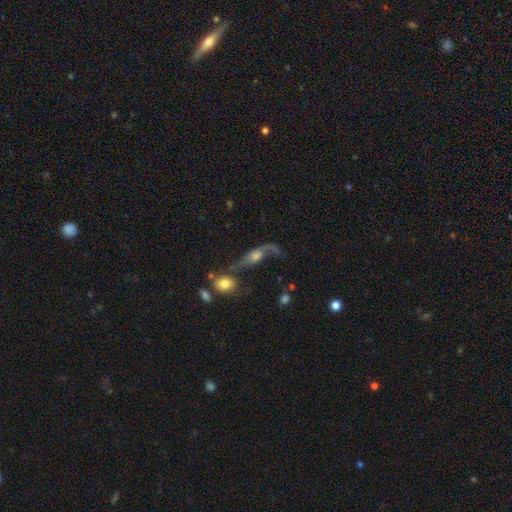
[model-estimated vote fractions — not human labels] A featured or disk galaxy (66%) with no bar (66%), spiral arms (82%) and a moderate central bulge (48%).

Vote fractions:
- Smooth or featured? featured or disk: 66% / smooth: 23% / star or artifact: 10%
- Edge-on disk? no: 78% / yes: 22%
- Bar? no: 66% / weak: 26% / strong: 8%
- Spiral arms? yes: 82% / no: 18%
- Bulge size? moderate: 48% / small: 27% / large: 14% / none: 8% / dominant: 3%
- Merging? none: 34% / major disturbance: 33% / minor disturbance: 18% / merger: 15%